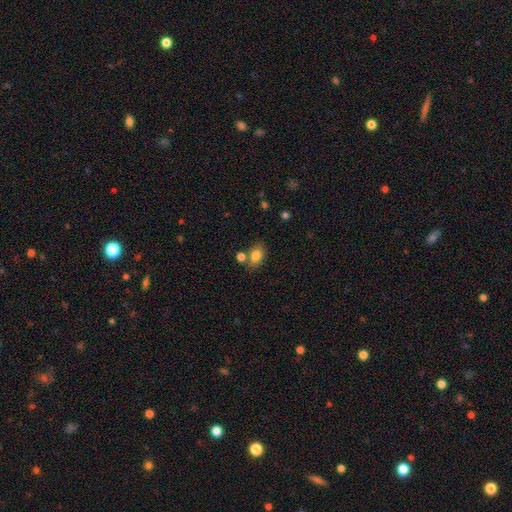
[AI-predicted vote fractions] Morphology: type=smooth (81%); roundness=in between (81%); merging=none (64%).